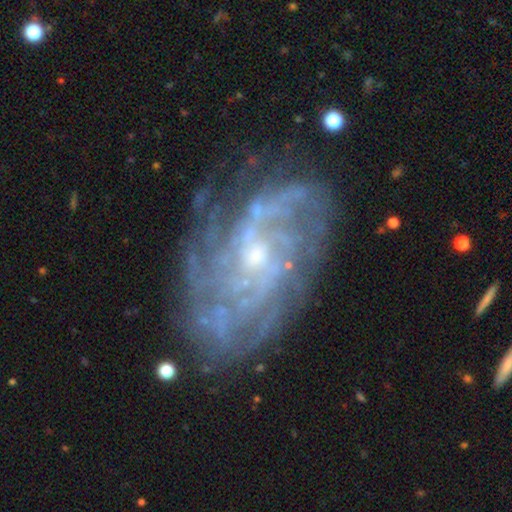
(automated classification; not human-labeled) Smooth or featured? Predicted: featured or disk (p=0.87). Edge-on disk? Predicted: no (p=0.96). Bar? Predicted: no (p=0.62). Spiral arms? Predicted: yes (p=0.94). Spiral winding? Predicted: tight (p=0.55). Spiral arm count? Predicted: can't tell (p=0.38). Bulge size? Predicted: small (p=0.67). Merging? Predicted: none (p=0.73).